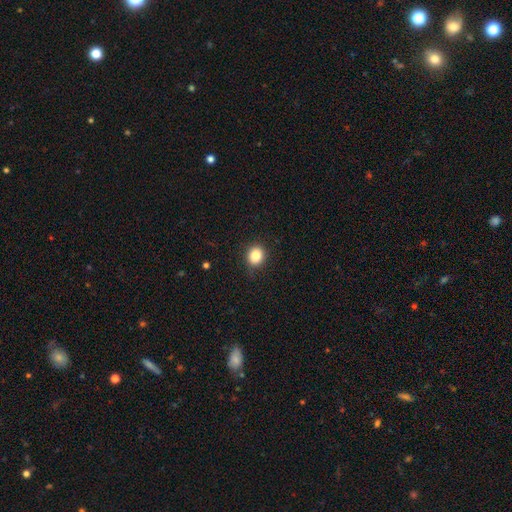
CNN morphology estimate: The model was most divided on "how rounded": round: 76%, in between: 23%, cigar-shaped: 1%. More confident: merging — none (87%); smooth or featured — smooth (84%).